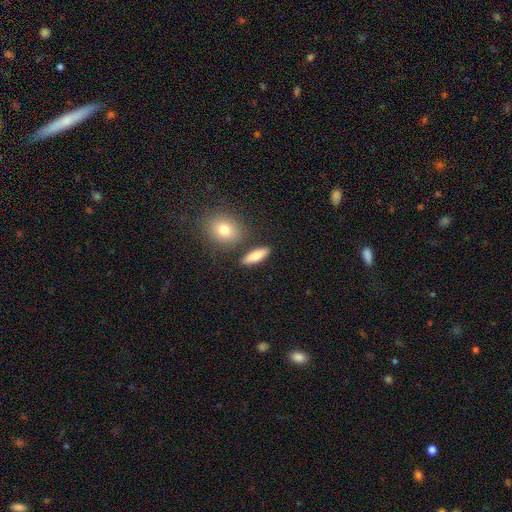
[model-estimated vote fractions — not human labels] Smooth or featured?
  - smooth: 81% *
  - featured or disk: 11%
  - star or artifact: 7%
How rounded?
  - in between: 55% *
  - cigar-shaped: 38%
  - round: 6%
Merging?
  - none: 83% *
  - minor disturbance: 9%
  - merger: 5%
  - major disturbance: 3%